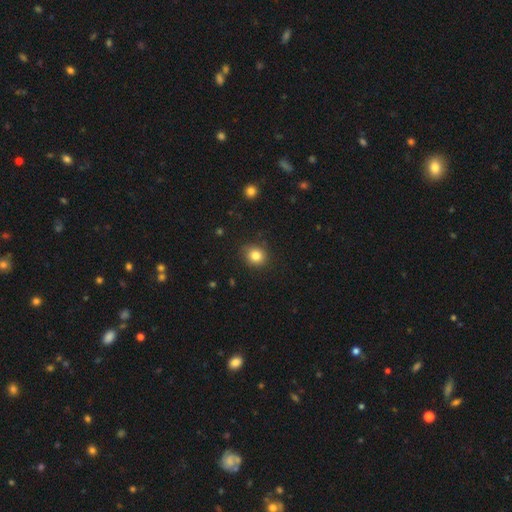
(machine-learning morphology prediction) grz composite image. It shows a smooth galaxy with no disk features (82%) that is round (79%). Merging: none (85%).